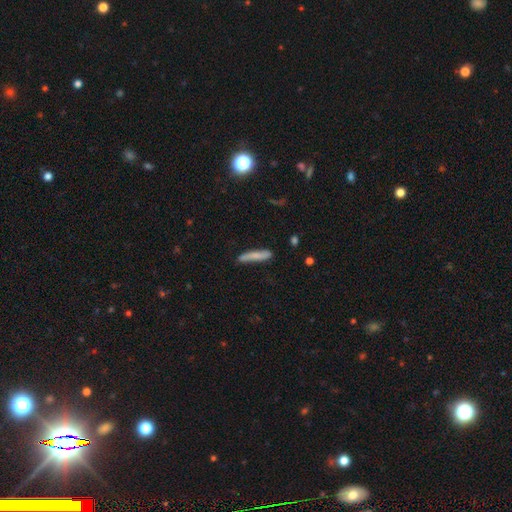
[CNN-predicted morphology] A smooth galaxy with no disk features (71%) that is cigar-shaped (91%).

Vote fractions:
- Smooth or featured? smooth: 71% / featured or disk: 23% / star or artifact: 6%
- How rounded? cigar-shaped: 91% / in between: 8% / round: 2%
- Merging? none: 77% / minor disturbance: 18% / major disturbance: 3% / merger: 2%